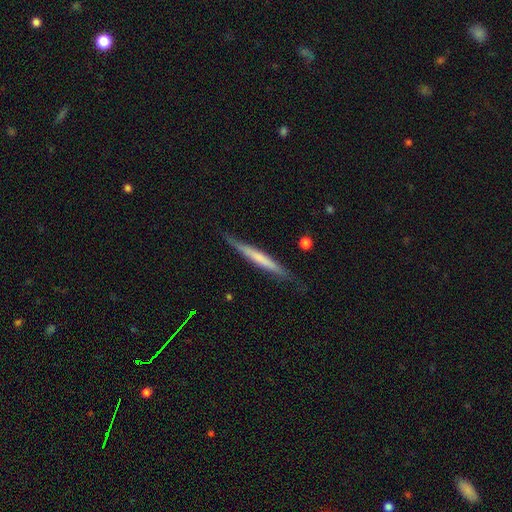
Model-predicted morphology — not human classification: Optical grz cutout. It shows a featured or disk galaxy (48%). Merging: none (81%).